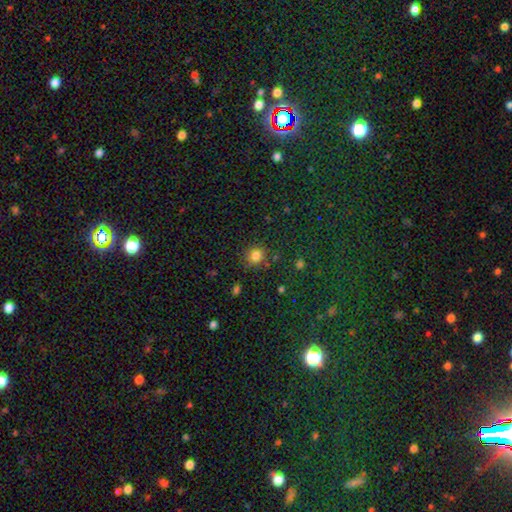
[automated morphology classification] smooth 81%, star or artifact 14%, featured or disk 5%. Down the decision tree: how rounded — round (87%); merging — none (83%).